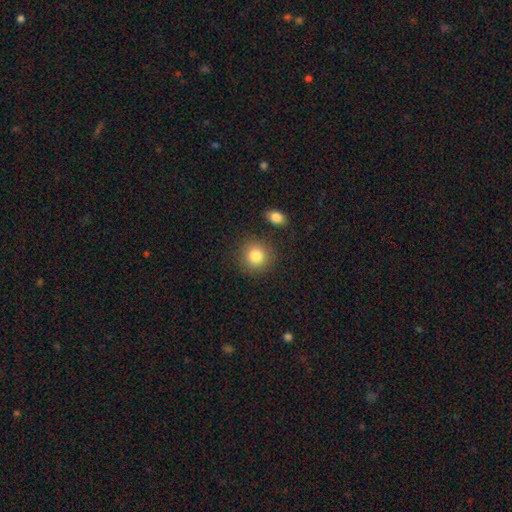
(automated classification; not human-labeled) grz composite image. It shows a smooth galaxy with no disk features (83%) that is round (89%). Merging: none (84%).